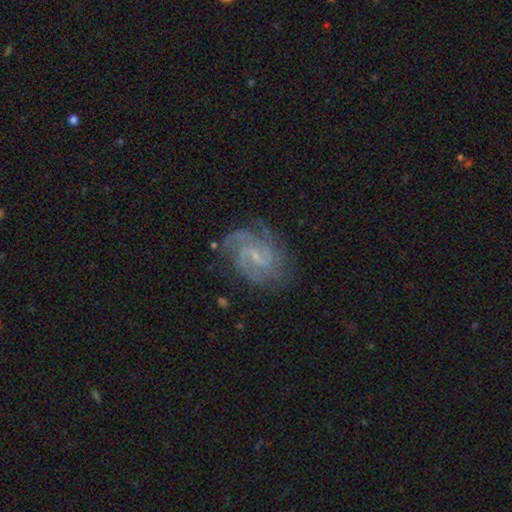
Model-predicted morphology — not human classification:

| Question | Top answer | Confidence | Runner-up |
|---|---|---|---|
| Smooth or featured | featured or disk | 88% | star or artifact (6%) |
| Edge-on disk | no | 98% | yes (2%) |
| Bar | weak | 55% | no (31%) |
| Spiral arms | yes | 98% | no (2%) |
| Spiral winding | medium | 46% | tight (45%) |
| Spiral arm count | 2 | 47% | 3 (25%) |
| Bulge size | small | 69% | moderate (16%) |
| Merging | none | 74% | minor disturbance (17%) |